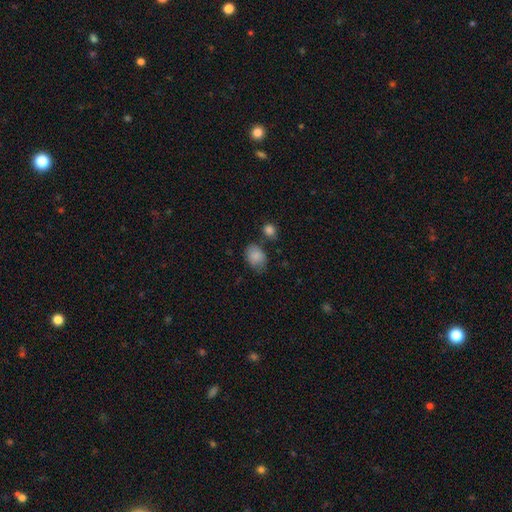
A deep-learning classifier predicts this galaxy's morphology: type=smooth (85%); roundness=in between (69%); merging=none (59%).